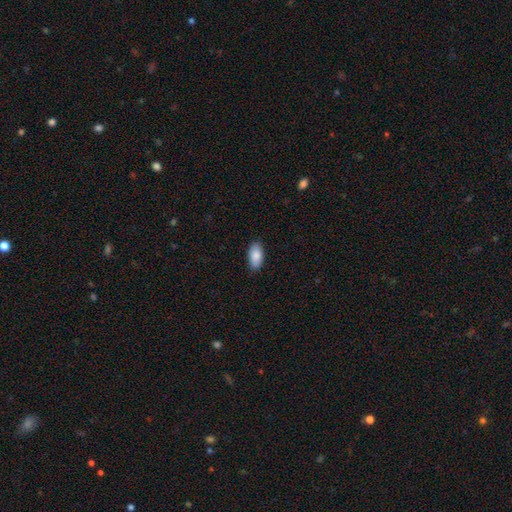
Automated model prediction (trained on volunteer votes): smooth_or_featured: smooth (p=0.88) [alt: star or artifact p=0.06]
how_rounded: in between (p=0.94) [alt: cigar-shaped p=0.03]
merging: none (p=0.88) [alt: minor disturbance p=0.10]